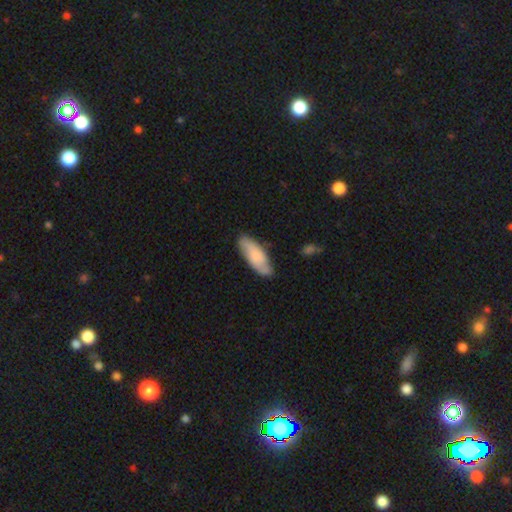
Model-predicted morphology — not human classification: Overall: smooth (65%; featured or disk 29%). How rounded: in between (72%). Merging: none (77%).